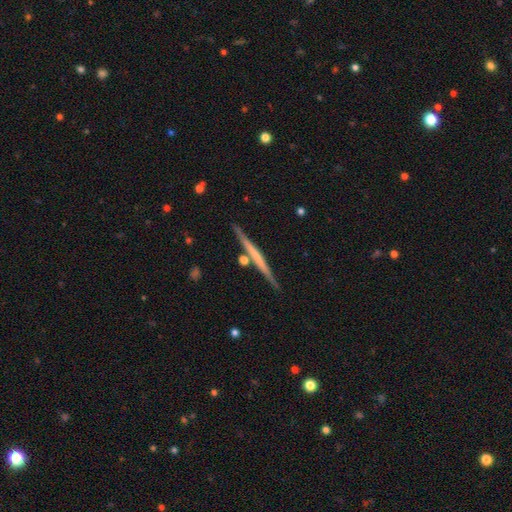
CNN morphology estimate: Smooth or featured? Predicted: featured or disk (p=0.58). Edge-on disk? Predicted: yes (p=0.97). Edge-on bulge? Predicted: none (p=0.84). Merging? Predicted: none (p=0.86).